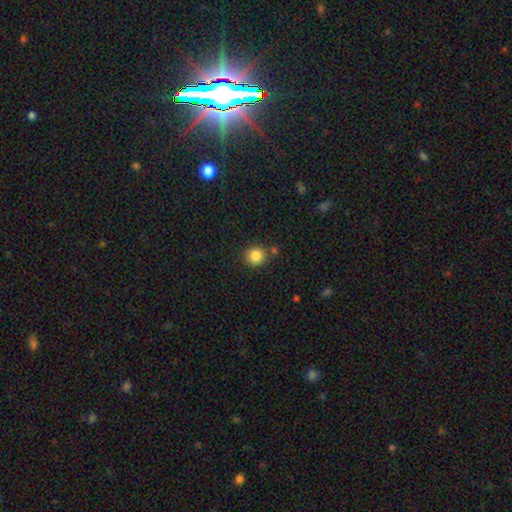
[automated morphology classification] This appears to be a smooth galaxy with no disk features (85%) that is round (86%). Merging: none (80%).